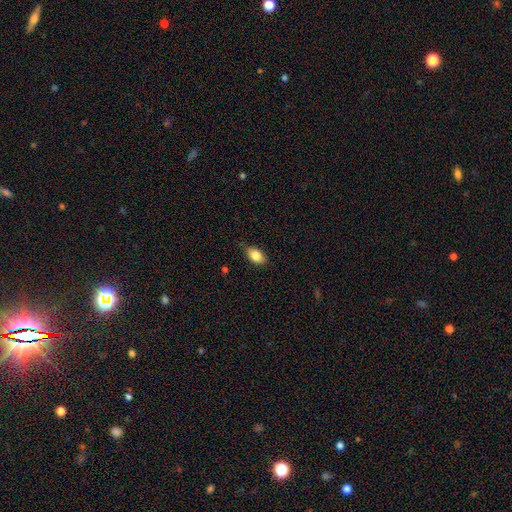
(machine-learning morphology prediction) Overall: smooth (83%). How rounded: in between (87%). Merging: none (77%).